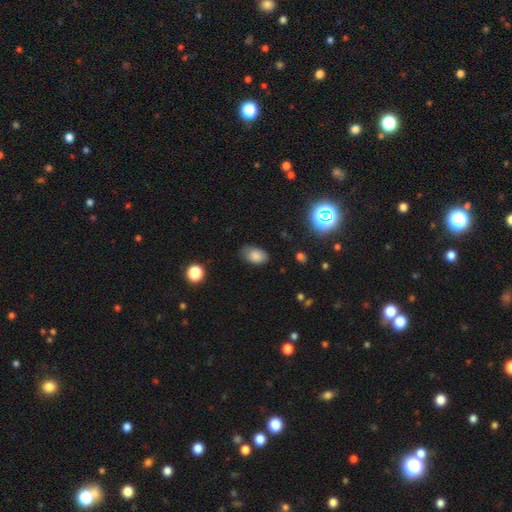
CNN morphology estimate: A smooth galaxy with no disk features (82%) that is in between round and cigar-shaped (88%).

Vote fractions:
- Smooth or featured? smooth: 82% / star or artifact: 11% / featured or disk: 7%
- How rounded? in between: 88% / round: 11% / cigar-shaped: 1%
- Merging? none: 73% / minor disturbance: 21% / major disturbance: 4% / merger: 1%